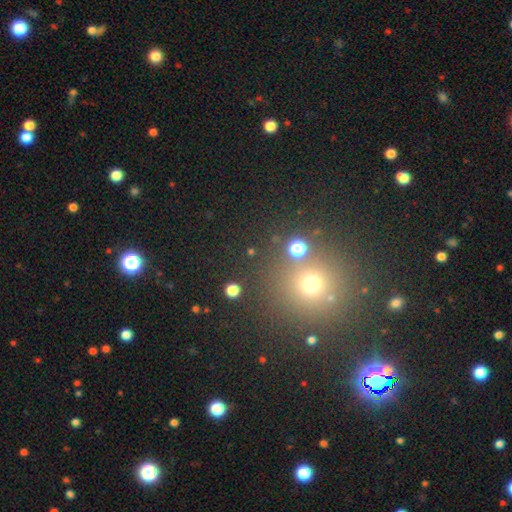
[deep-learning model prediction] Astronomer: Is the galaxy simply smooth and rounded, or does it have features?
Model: star or artifact — 47% (runner-up: smooth, 44%).